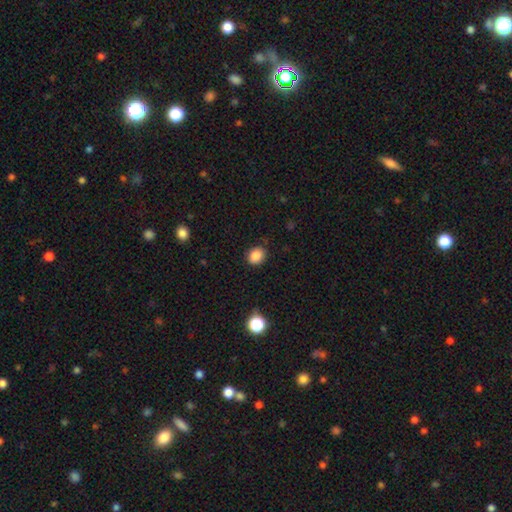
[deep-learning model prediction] Smooth or featured: smooth — 86% (star or artifact — 10%)
How rounded: round — 58% (in between — 41%)
Merging: none — 84% (minor disturbance — 12%)